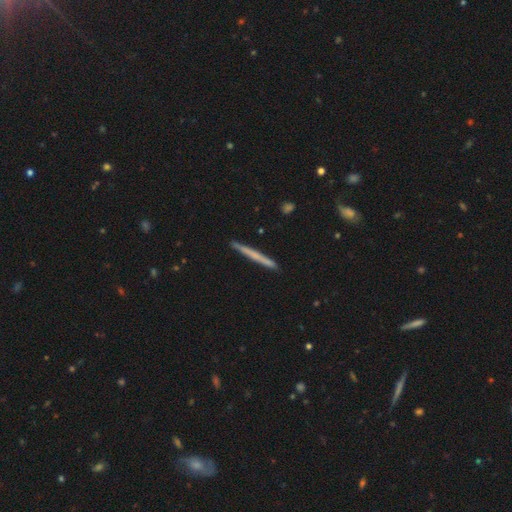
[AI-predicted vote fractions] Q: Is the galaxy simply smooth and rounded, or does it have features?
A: smooth — 53%.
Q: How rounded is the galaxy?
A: cigar-shaped — 97%.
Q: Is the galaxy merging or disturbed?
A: none — 91%.